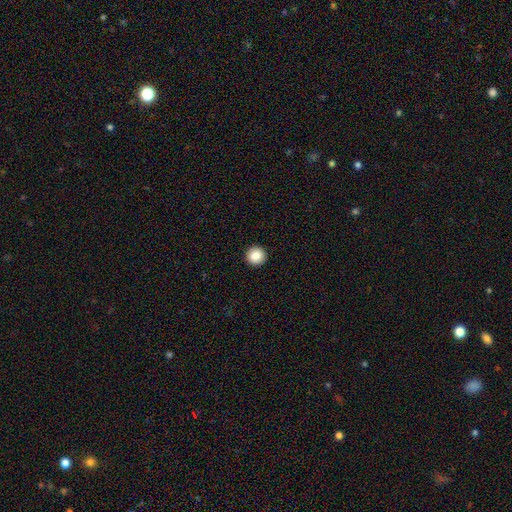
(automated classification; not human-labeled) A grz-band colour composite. It shows a smooth galaxy with no disk features (87%) that is round (96%). Merging: none (94%).